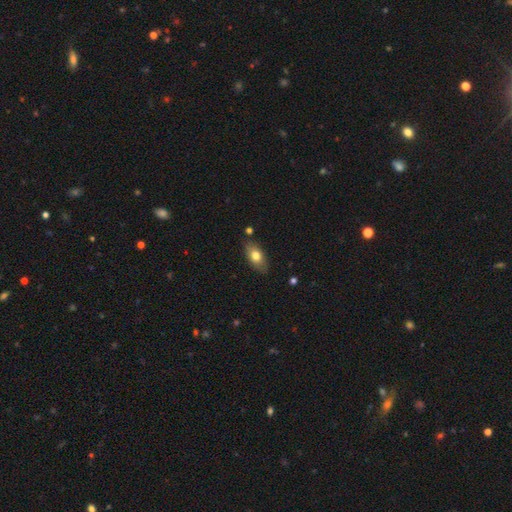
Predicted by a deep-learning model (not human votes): A smooth galaxy with no disk features (73%) that is in between round and cigar-shaped (86%). Merging: none (80%).